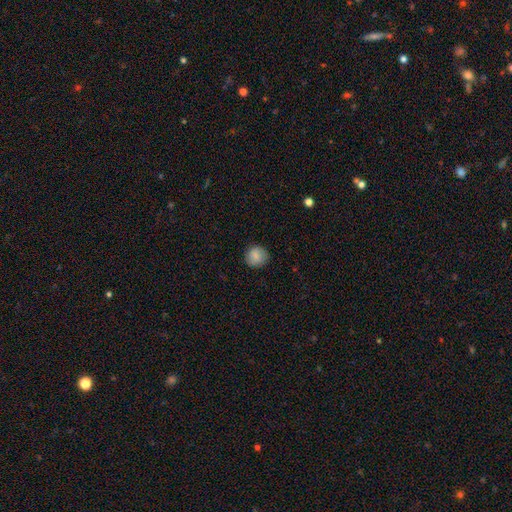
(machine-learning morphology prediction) This appears to be a smooth galaxy with no disk features (87%) that is round (91%). Merging: none (88%).